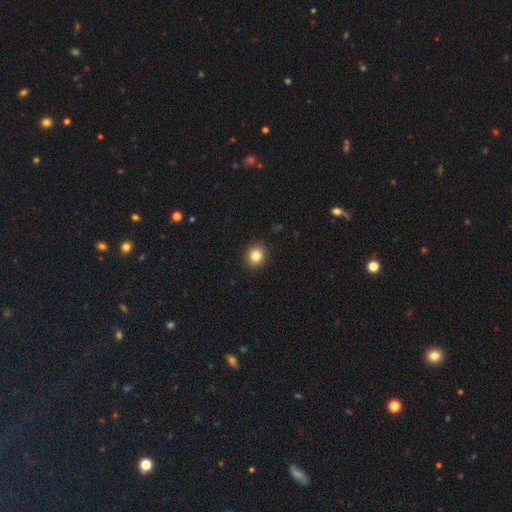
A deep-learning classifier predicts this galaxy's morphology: smooth-or-featured: smooth: 84% | star or artifact: 11% | featured or disk: 6%
  how-rounded: round: 80% | in between: 19% | cigar-shaped: 1%
  merging: none: 92% | minor disturbance: 6% | major disturbance: 2% | merger: 1%